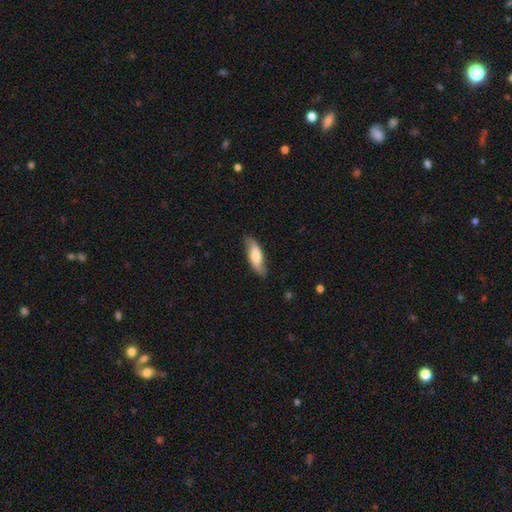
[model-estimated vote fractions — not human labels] Smooth or featured?
  - smooth: 62% *
  - featured or disk: 33%
  - star or artifact: 6%
How rounded?
  - in between: 56% *
  - cigar-shaped: 42%
  - round: 2%
Merging?
  - none: 79% *
  - minor disturbance: 16%
  - major disturbance: 3%
  - merger: 1%